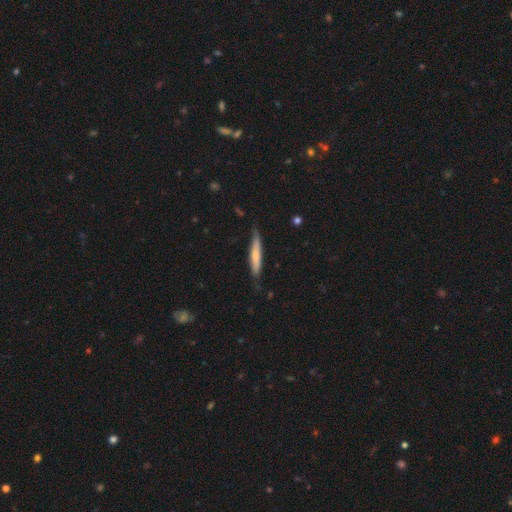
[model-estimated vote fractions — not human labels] smooth_or_featured: smooth (p=0.66) [alt: featured or disk p=0.29]
how_rounded: cigar-shaped (p=0.92) [alt: in between p=0.07]
merging: none (p=0.74) [alt: minor disturbance p=0.22]